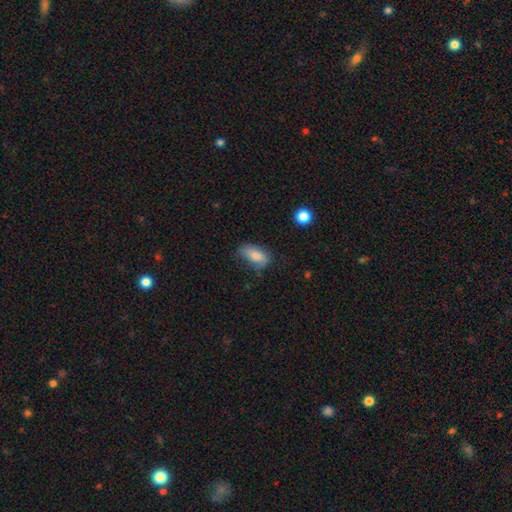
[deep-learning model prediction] A smooth galaxy with no disk features (81%) that is in between round and cigar-shaped (87%).

Vote fractions:
- Smooth or featured? smooth: 81% / featured or disk: 11% / star or artifact: 8%
- How rounded? in between: 87% / cigar-shaped: 9% / round: 4%
- Merging? none: 54% / minor disturbance: 33% / major disturbance: 11% / merger: 2%